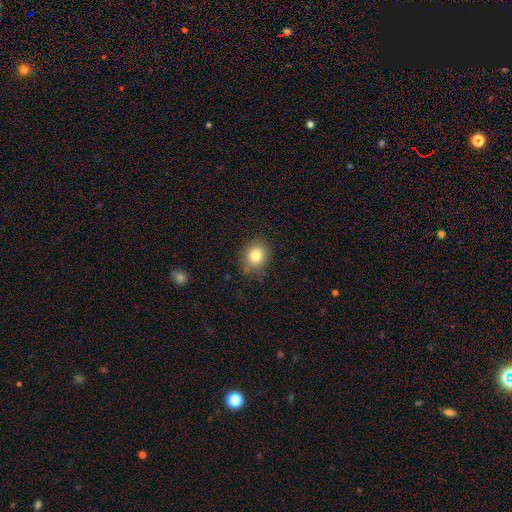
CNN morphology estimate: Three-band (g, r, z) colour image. It shows a smooth galaxy with no disk features (80%) that is round (73%). Merging: none (83%).